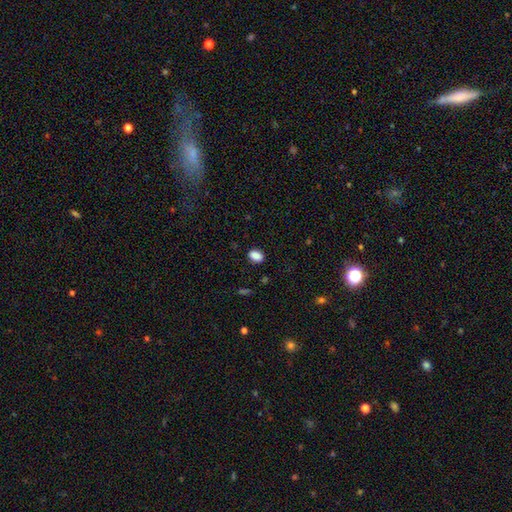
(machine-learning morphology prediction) smooth 88%, star or artifact 9%, featured or disk 3%. Down the decision tree: how rounded — in between (80%); merging — none (86%).